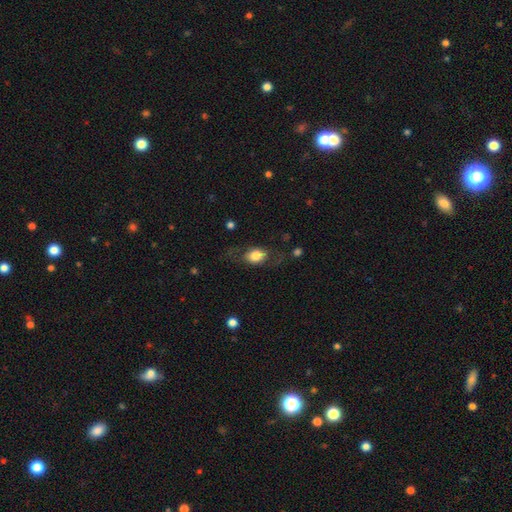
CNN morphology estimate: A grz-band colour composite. It shows a smooth galaxy with no disk features (69%) that is in between round and cigar-shaped (72%). Merging: none (65%).